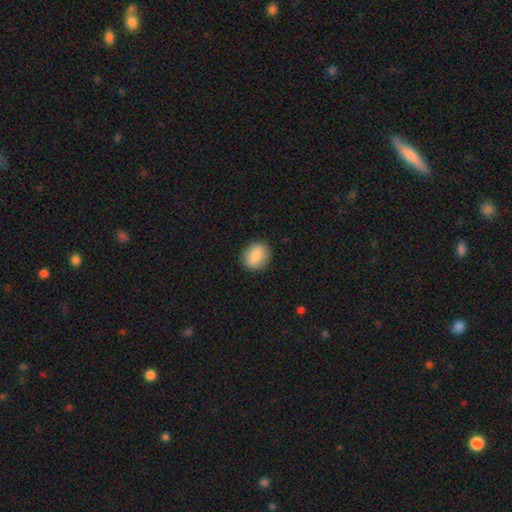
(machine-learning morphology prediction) The model was most divided on "how rounded": round: 57%, in between: 42%, cigar-shaped: 1%. More confident: merging — none (89%); smooth or featured — smooth (83%).